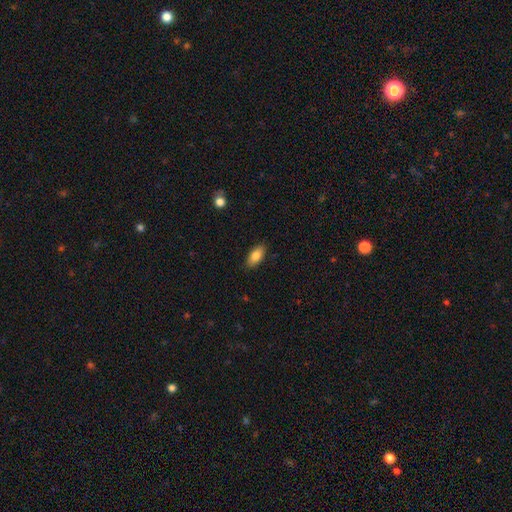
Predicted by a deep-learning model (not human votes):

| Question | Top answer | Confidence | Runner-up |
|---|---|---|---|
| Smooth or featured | smooth | 84% | featured or disk (9%) |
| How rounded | in between | 89% | cigar-shaped (8%) |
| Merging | none | 87% | minor disturbance (10%) |